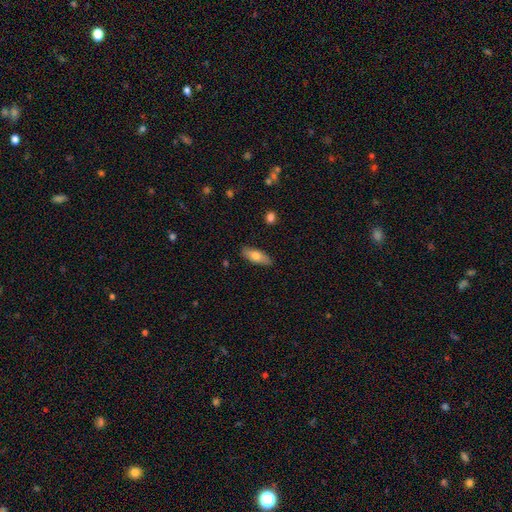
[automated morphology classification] Smooth or featured?
  - smooth: 72% *
  - featured or disk: 22%
  - star or artifact: 6%
How rounded?
  - in between: 68% *
  - cigar-shaped: 29%
  - round: 3%
Merging?
  - none: 87% *
  - minor disturbance: 10%
  - major disturbance: 2%
  - merger: 1%